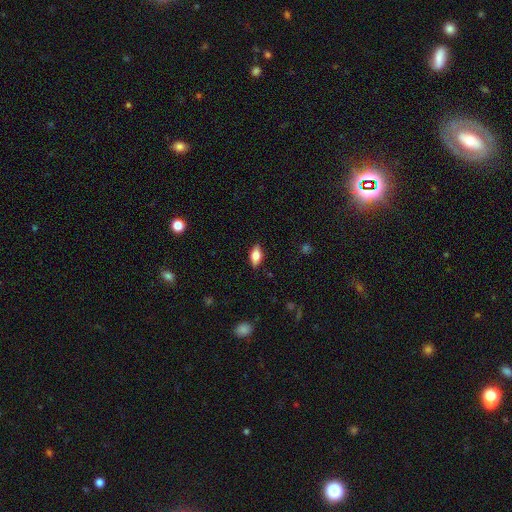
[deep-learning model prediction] Overall: smooth (70%). How rounded: in between (85%). Merging: none (86%).